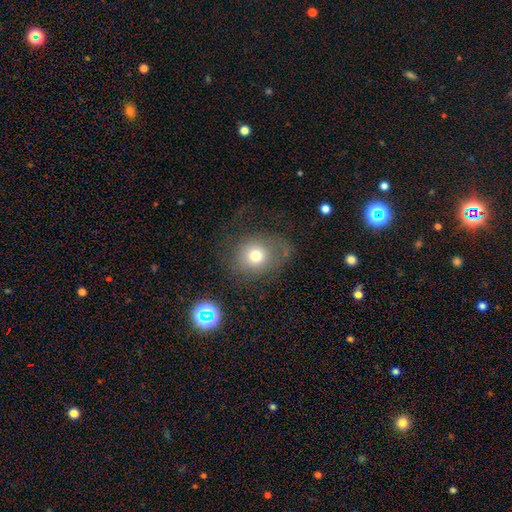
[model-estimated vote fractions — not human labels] Smooth or featured? Predicted: smooth (p=0.70). How rounded? Predicted: round (p=0.78). Merging? Predicted: none (p=0.57).